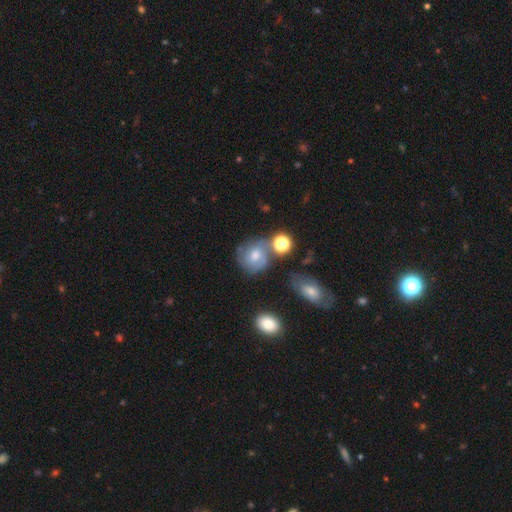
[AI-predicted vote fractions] featured or disk 50%, smooth 38%, star or artifact 11%. Down the decision tree: edge-on disk — no (97%); merging — none (48%).